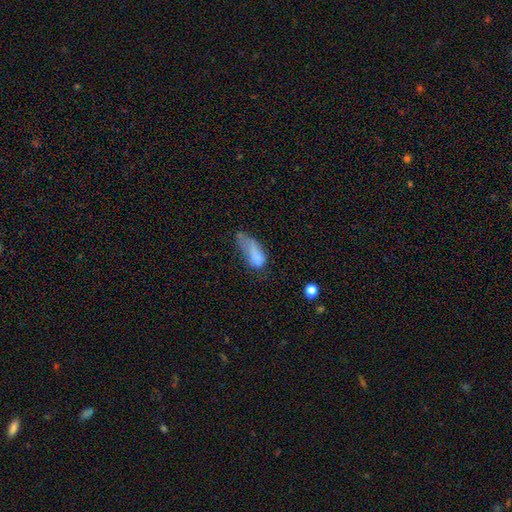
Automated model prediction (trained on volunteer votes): Smooth or featured? smooth (66%)
How rounded? in between (82%)
Merging? major disturbance (50%)